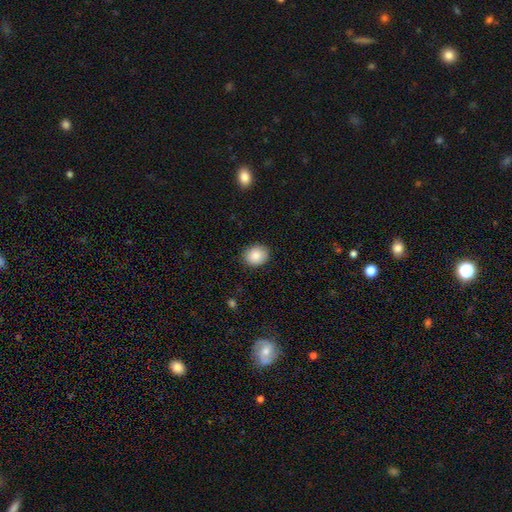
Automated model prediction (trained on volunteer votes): smooth-or-featured: smooth: 86% | star or artifact: 8% | featured or disk: 6%
  how-rounded: round: 62% | in between: 37% | cigar-shaped: 1%
  merging: none: 88% | minor disturbance: 9% | major disturbance: 2% | merger: 1%